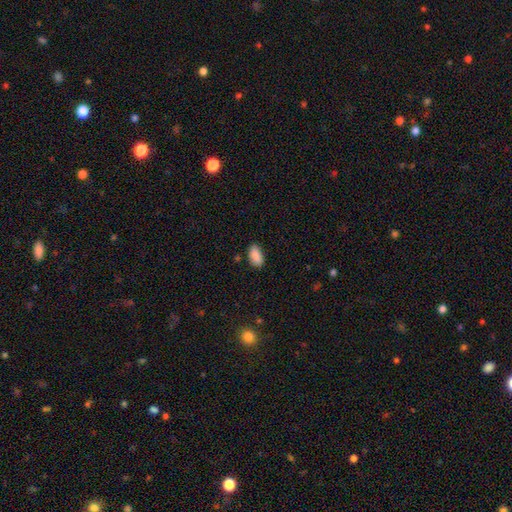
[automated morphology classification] Overall: smooth (89%). How rounded: in between (93%). Merging: none (83%).